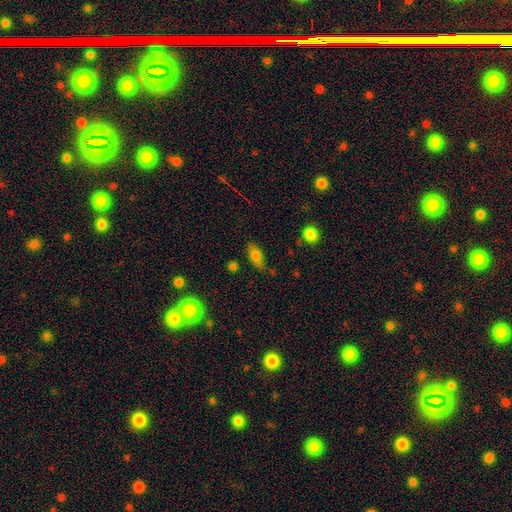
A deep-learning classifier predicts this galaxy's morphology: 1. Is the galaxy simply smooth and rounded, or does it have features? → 74% smooth, 17% featured or disk, 9% star or artifact.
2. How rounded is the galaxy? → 79% in between, 17% cigar-shaped, 4% round.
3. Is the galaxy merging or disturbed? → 76% none, 17% minor disturbance, 4% major disturbance, 4% merger.